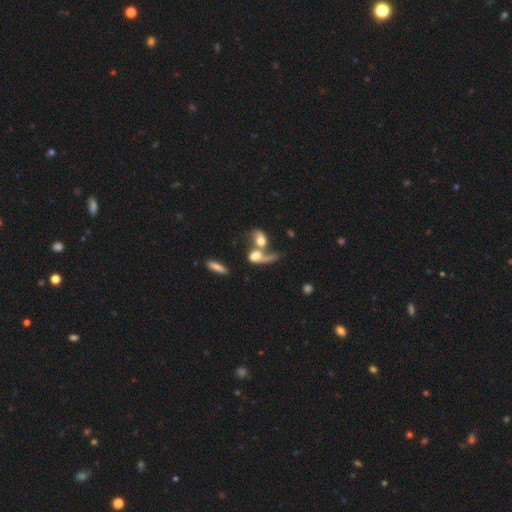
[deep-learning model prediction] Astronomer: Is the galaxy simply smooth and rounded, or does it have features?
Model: smooth — 51% (runner-up: featured or disk, 39%).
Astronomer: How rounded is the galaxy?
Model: in between — 57%.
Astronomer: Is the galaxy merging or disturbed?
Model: merger — 65%.